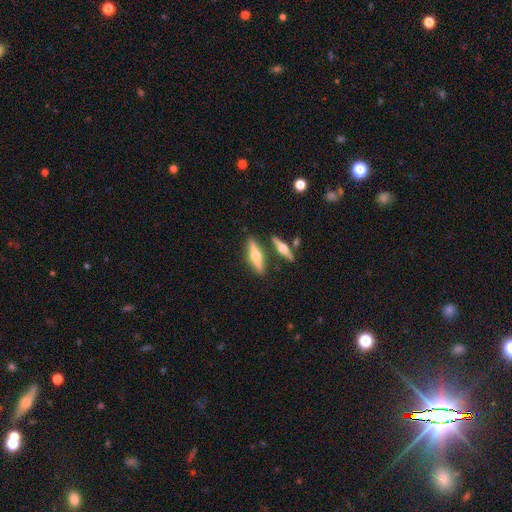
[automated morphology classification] The model was most divided on "smooth or featured": featured or disk: 66%, smooth: 29%, star or artifact: 5%. More confident: edge-on disk — yes (96%); edge-on bulge — rounded (96%); merging — none (77%).